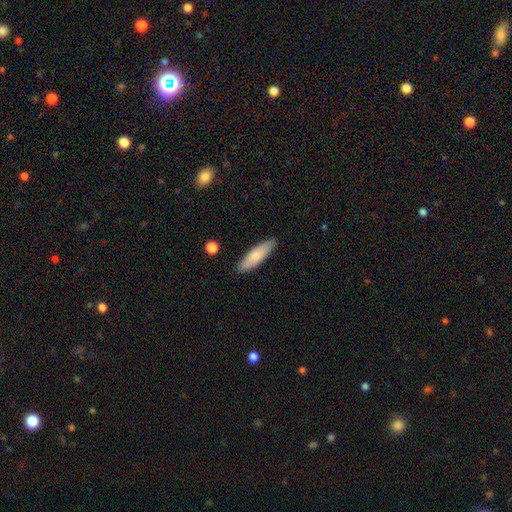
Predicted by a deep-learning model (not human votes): A smooth galaxy with no disk features (81%) that is cigar-shaped (61%). Merging: none (88%).